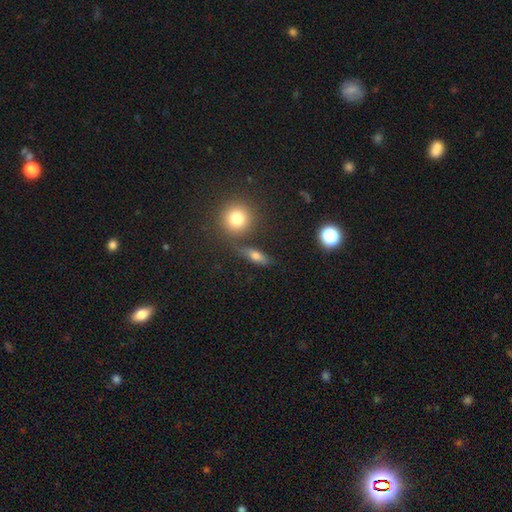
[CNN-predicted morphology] Smooth or featured?
  - smooth: 65% *
  - featured or disk: 19%
  - star or artifact: 16%
How rounded?
  - in between: 53% *
  - cigar-shaped: 27%
  - round: 20%
Merging?
  - none: 73% *
  - minor disturbance: 13%
  - merger: 9%
  - major disturbance: 6%